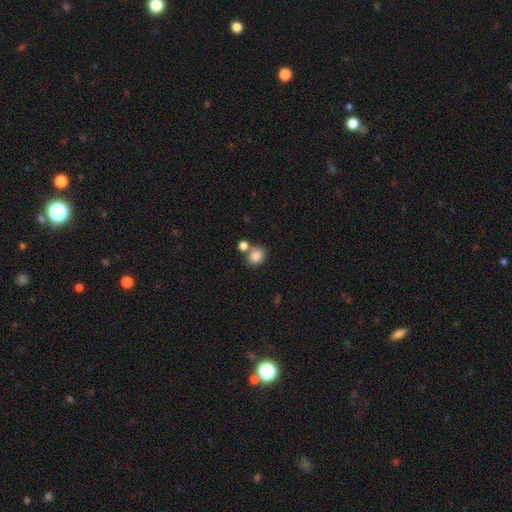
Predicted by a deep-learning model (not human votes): smooth 85%, star or artifact 10%, featured or disk 5%. Down the decision tree: how rounded — round (72%); merging — none (58%).